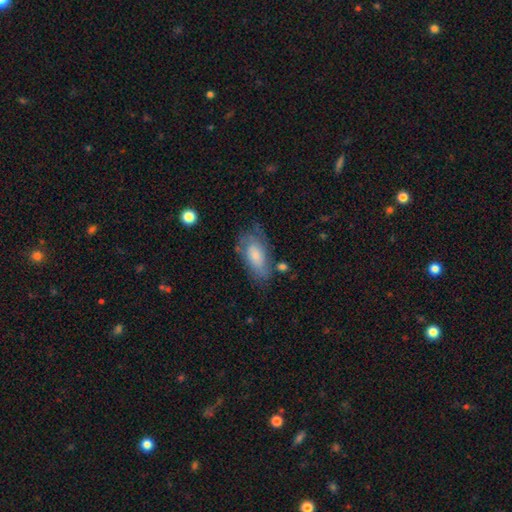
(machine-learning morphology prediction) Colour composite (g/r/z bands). It shows a smooth galaxy with no disk features (60%) that is in between round and cigar-shaped (88%). Merging: none (57%).